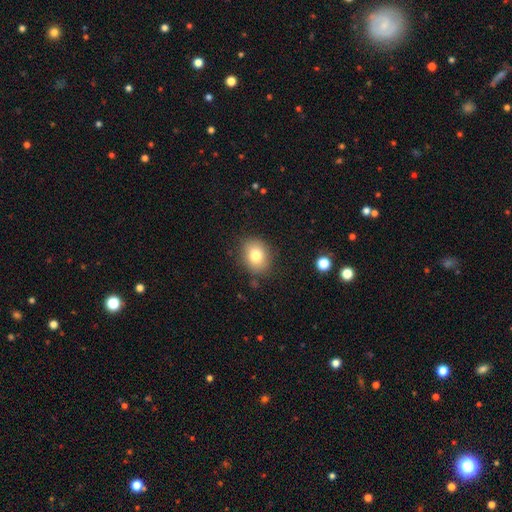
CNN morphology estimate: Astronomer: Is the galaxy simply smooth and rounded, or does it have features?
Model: smooth — 79%.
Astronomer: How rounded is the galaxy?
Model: round — 55% (runner-up: in between, 44%).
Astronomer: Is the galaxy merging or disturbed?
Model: none — 85%.